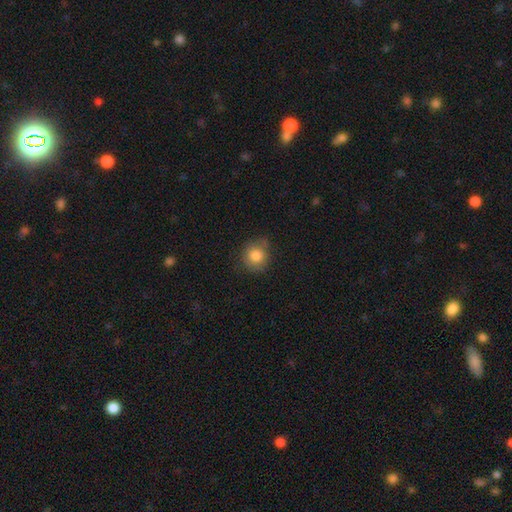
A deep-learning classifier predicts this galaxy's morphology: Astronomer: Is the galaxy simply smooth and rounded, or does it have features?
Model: smooth — 83%.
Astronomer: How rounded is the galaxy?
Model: round — 86%.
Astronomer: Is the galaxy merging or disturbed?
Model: none — 72%.